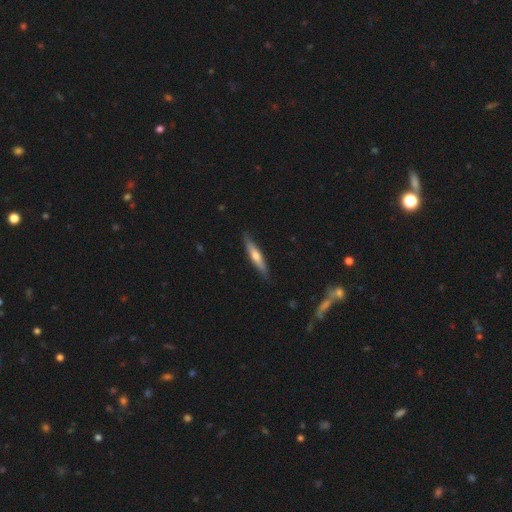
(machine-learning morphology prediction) The model was most divided on "smooth or featured": smooth: 50%, featured or disk: 44%, star or artifact: 5%. More confident: how rounded — cigar-shaped (89%); merging — none (86%).